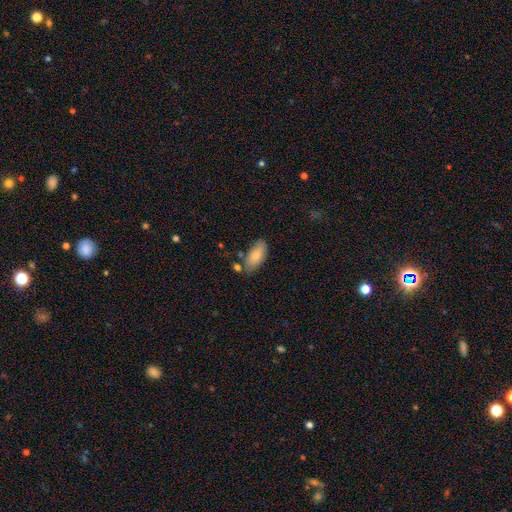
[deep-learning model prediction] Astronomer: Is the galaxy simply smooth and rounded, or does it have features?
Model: smooth — 79%.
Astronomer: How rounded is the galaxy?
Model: in between — 90%.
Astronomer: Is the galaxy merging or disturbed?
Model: none — 69%.